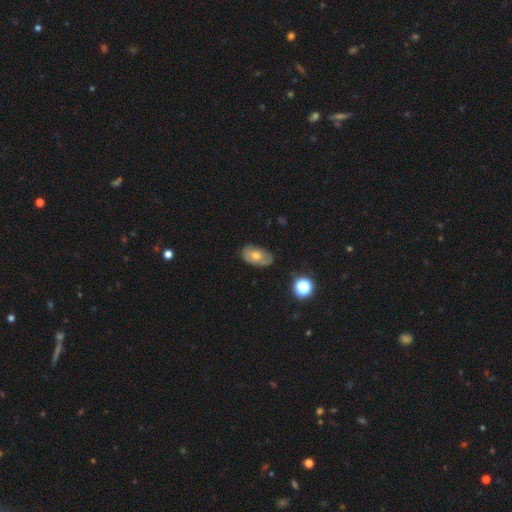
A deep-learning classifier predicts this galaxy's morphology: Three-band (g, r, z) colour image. It shows a smooth galaxy with no disk features (52%) that is in between round and cigar-shaped (88%). Merging: none (75%).